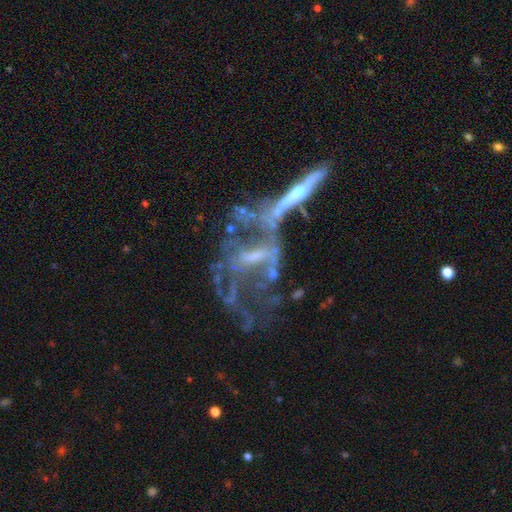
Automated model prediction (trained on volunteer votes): smooth_or_featured: featured or disk (p=0.76) [alt: star or artifact p=0.14]
disk_edge_on: no (p=0.82) [alt: yes p=0.18]
bar: no (p=0.47) [alt: weak p=0.32]
has_spiral_arms: no (p=0.56) [alt: yes p=0.44]
bulge_size: none (p=0.35) [alt: small p=0.33]
merging: merger (p=0.36) [alt: major disturbance p=0.28]